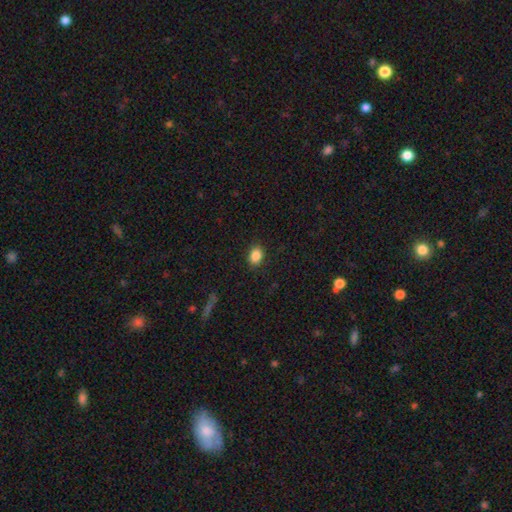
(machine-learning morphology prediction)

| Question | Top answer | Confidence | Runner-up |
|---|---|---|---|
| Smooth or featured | smooth | 86% | star or artifact (9%) |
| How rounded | in between | 69% | round (30%) |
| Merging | none | 87% | minor disturbance (9%) |